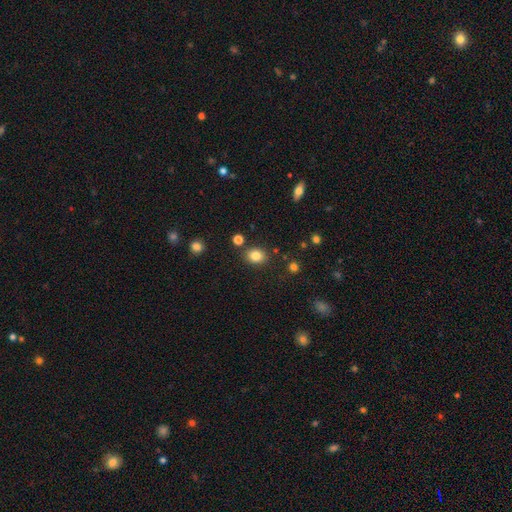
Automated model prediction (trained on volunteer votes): smooth-or-featured: smooth: 83% | star or artifact: 11% | featured or disk: 6%
  how-rounded: round: 50% | in between: 49% | cigar-shaped: 1%
  merging: none: 83% | minor disturbance: 9% | merger: 5% | major disturbance: 3%